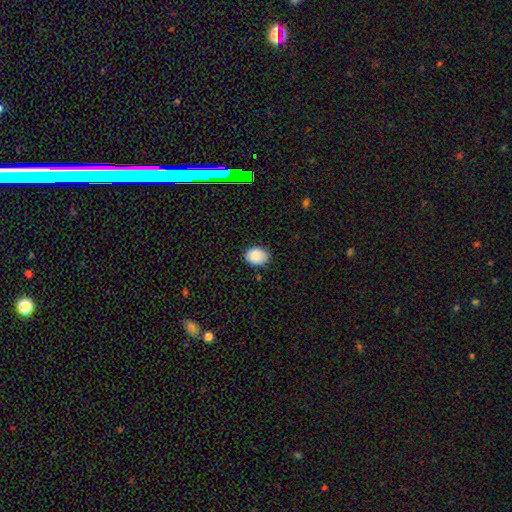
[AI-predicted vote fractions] Q: Smooth or featured?
A: smooth (86%); runner-up: star or artifact (9%)
Q: How rounded?
A: in between (61%); runner-up: round (38%)
Q: Merging?
A: none (82%); runner-up: minor disturbance (14%)